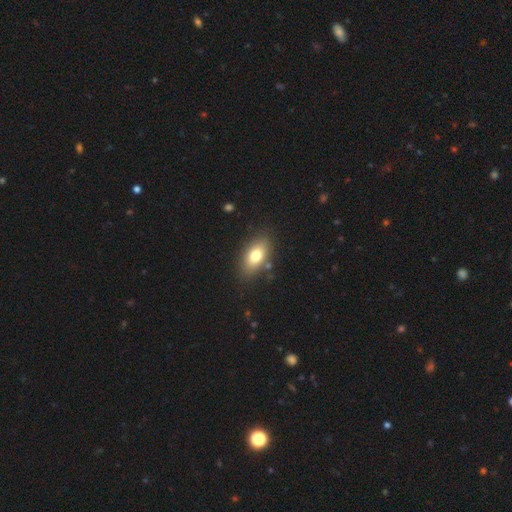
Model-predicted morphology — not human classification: Smooth or featured?
  - smooth: 76% *
  - featured or disk: 16%
  - star or artifact: 8%
How rounded?
  - in between: 88% *
  - round: 7%
  - cigar-shaped: 5%
Merging?
  - none: 83% *
  - minor disturbance: 11%
  - major disturbance: 3%
  - merger: 3%